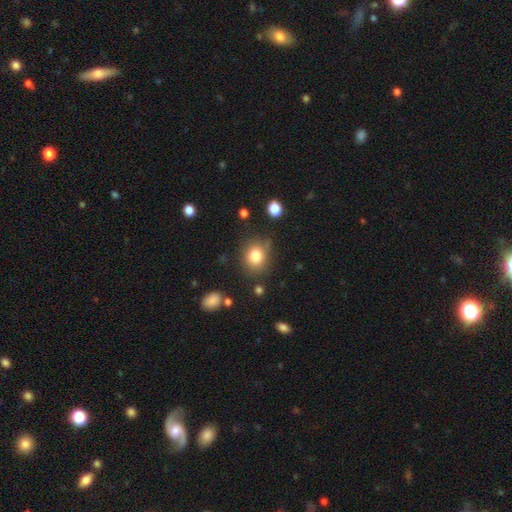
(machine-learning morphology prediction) smooth-or-featured: smooth: 81% | star or artifact: 11% | featured or disk: 8%
  how-rounded: round: 66% | in between: 33% | cigar-shaped: 1%
  merging: none: 74% | minor disturbance: 17% | major disturbance: 5% | merger: 4%